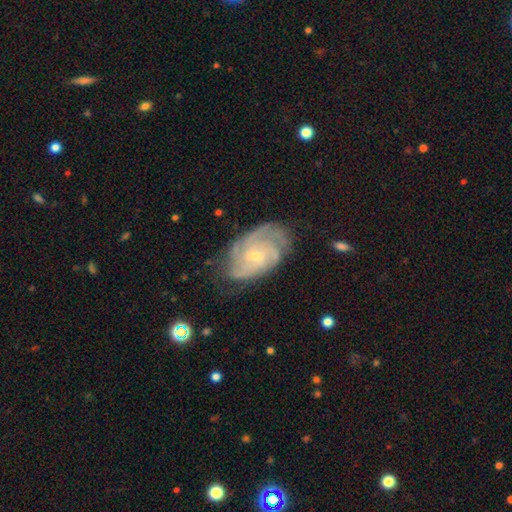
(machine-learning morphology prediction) A featured or disk galaxy (87%) with no bar (54%), 3 (27%) tight (64%) spiral arms (97%) and a small central bulge (76%). Merging: none (71%).